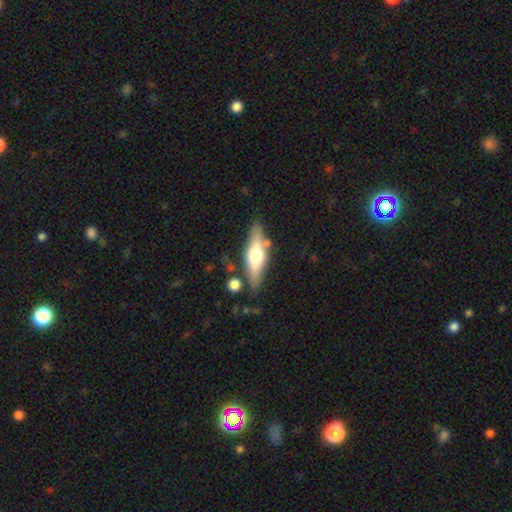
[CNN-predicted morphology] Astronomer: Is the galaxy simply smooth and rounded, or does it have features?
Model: featured or disk — 57% (runner-up: smooth, 37%).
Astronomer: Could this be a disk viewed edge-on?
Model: yes — 91%.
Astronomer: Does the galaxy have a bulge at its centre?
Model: rounded — 92%.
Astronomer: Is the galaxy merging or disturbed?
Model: none — 77%.